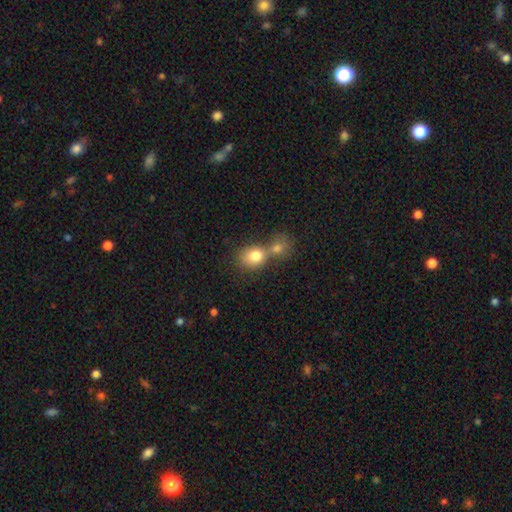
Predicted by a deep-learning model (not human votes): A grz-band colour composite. It shows a smooth galaxy with no disk features (79%) that is round (55%). Merging: merger (62%).